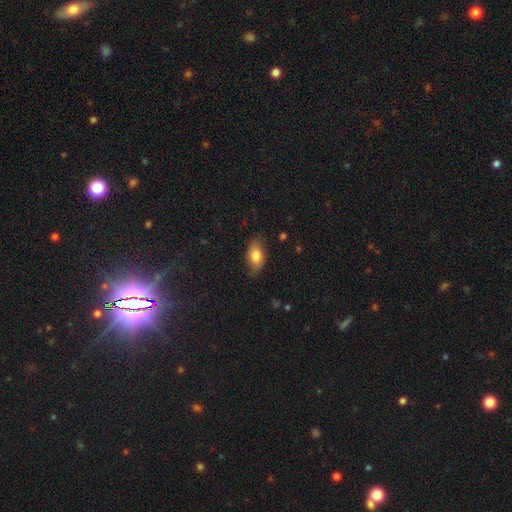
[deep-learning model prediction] This appears to be a smooth galaxy with no disk features (79%) that is in between round and cigar-shaped (91%). Merging: none (79%).